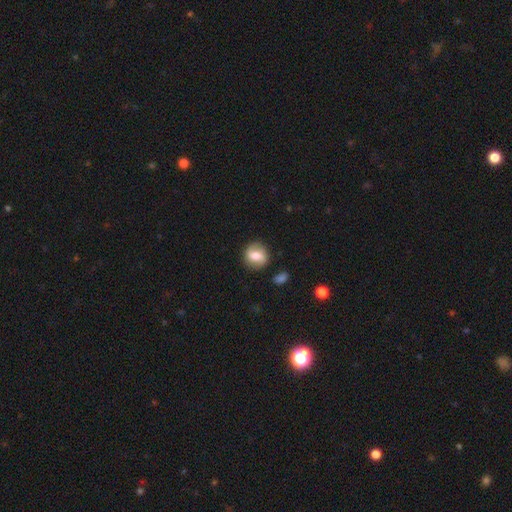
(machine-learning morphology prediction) Smooth or featured: smooth — 56% (featured or disk — 36%)
How rounded: round — 82% (in between — 16%)
Merging: none — 83% (minor disturbance — 12%)